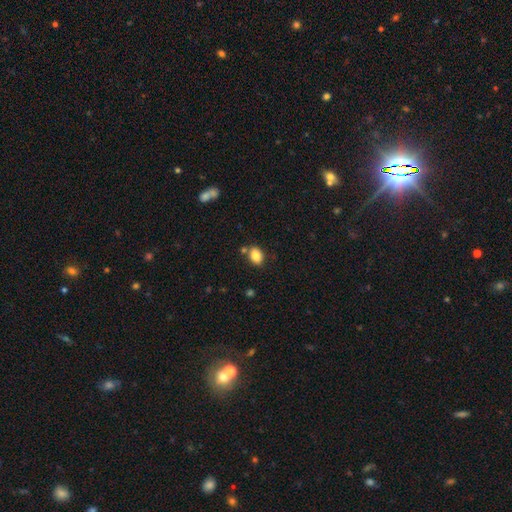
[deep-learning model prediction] Overall: smooth (86%). How rounded: in between (77%). Merging: none (73%).